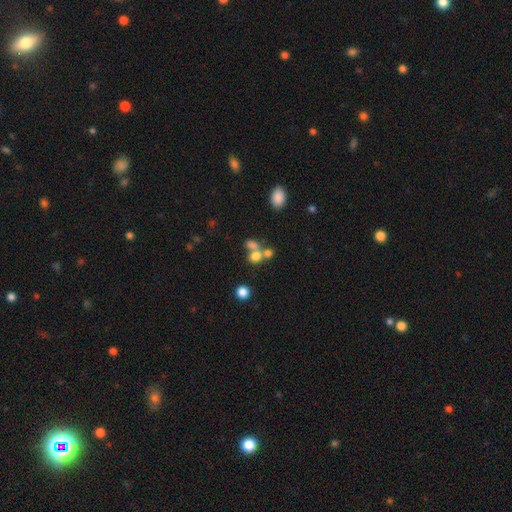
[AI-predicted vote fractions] Smooth or featured?
  - smooth: 72% *
  - star or artifact: 15%
  - featured or disk: 13%
How rounded?
  - round: 59% *
  - in between: 39%
  - cigar-shaped: 2%
Merging?
  - merger: 52% *
  - none: 34%
  - minor disturbance: 8%
  - major disturbance: 6%